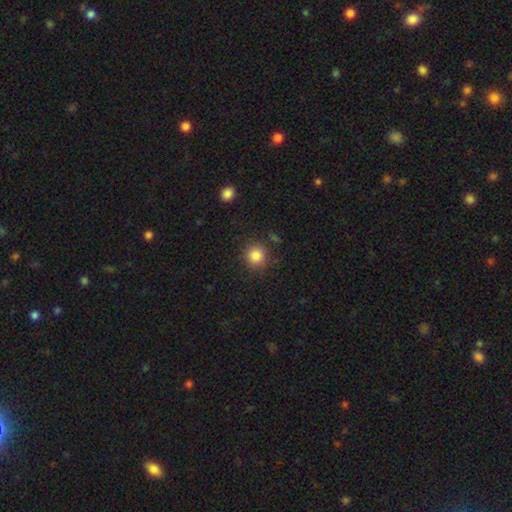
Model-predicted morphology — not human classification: The model was most divided on "smooth or featured": smooth: 85%, star or artifact: 11%, featured or disk: 5%. More confident: how rounded — round (92%); merging — none (86%).